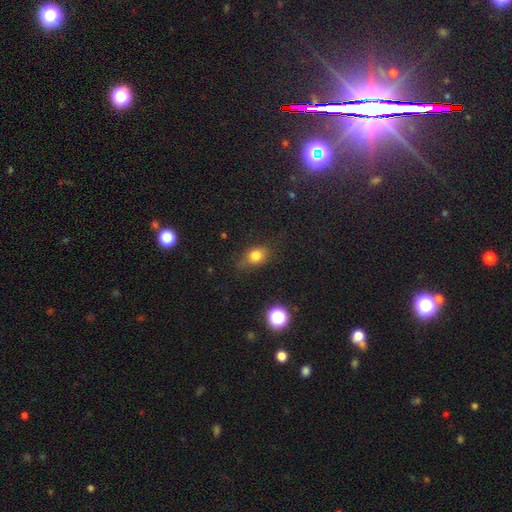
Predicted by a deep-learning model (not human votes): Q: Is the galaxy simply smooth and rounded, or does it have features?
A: smooth — 77%.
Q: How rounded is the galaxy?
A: in between — 54%.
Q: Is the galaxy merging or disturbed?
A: none — 69%.